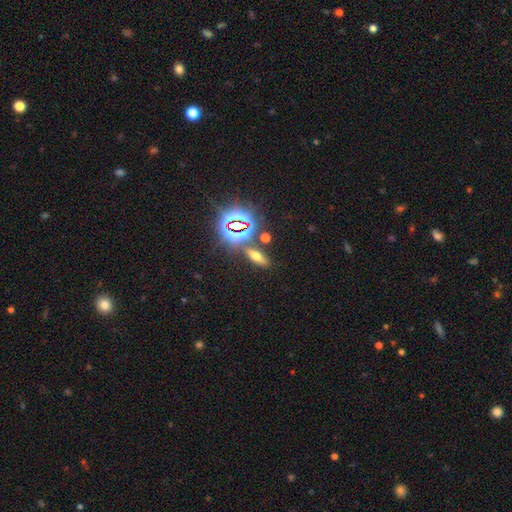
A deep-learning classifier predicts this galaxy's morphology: This is possibly a smooth galaxy (46%). Merging: likely none (80%).